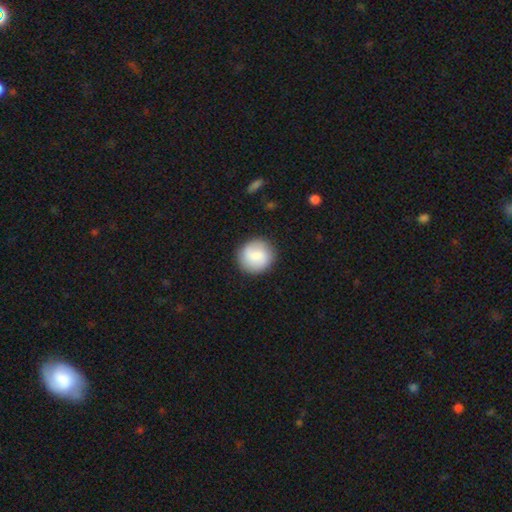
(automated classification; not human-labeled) Overall: smooth (66%; featured or disk 27%). How rounded: round (92%). Merging: none (88%).